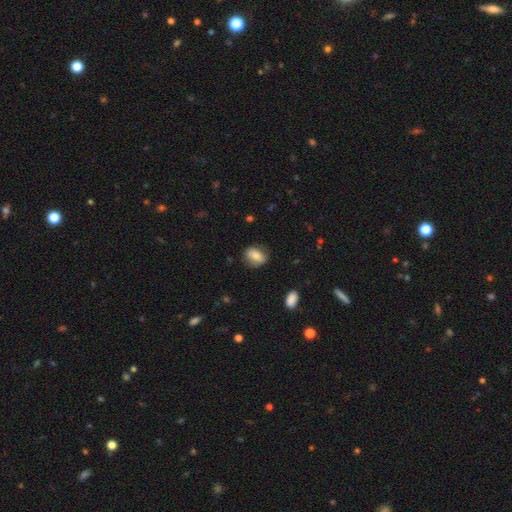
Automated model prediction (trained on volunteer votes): This appears to be a smooth galaxy with no disk features (71%) that is in between round and cigar-shaped (65%). Merging: none (77%).